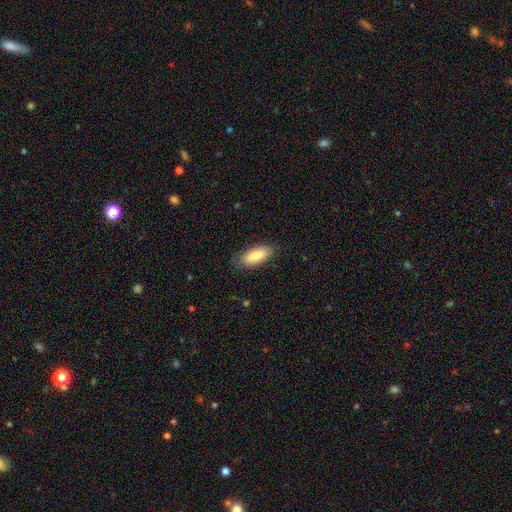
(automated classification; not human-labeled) Q: Smooth or featured?
A: smooth (85%); runner-up: featured or disk (9%)
Q: How rounded?
A: in between (78%); runner-up: cigar-shaped (20%)
Q: Merging?
A: none (84%); runner-up: minor disturbance (12%)